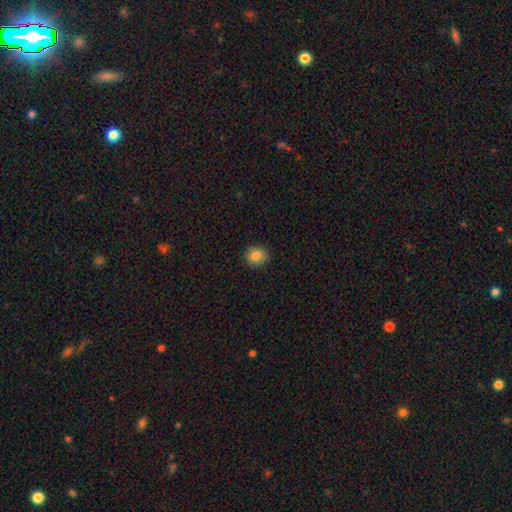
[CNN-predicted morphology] Smooth or featured?
  - smooth: 83% *
  - star or artifact: 10%
  - featured or disk: 7%
How rounded?
  - round: 71% *
  - in between: 29%
  - cigar-shaped: 1%
Merging?
  - none: 89% *
  - minor disturbance: 8%
  - major disturbance: 2%
  - merger: 1%